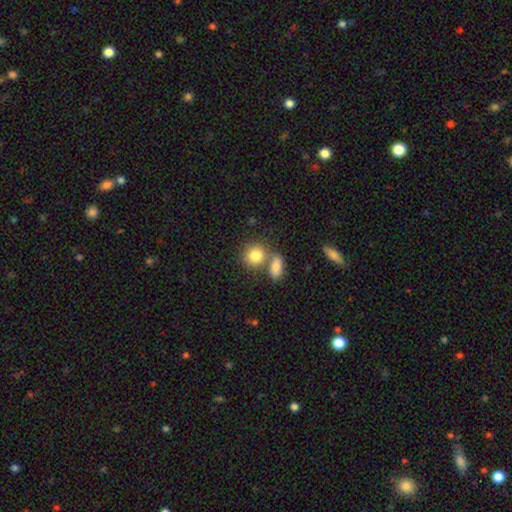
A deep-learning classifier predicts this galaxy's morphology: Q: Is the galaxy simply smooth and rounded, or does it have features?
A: smooth — 82%.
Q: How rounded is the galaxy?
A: round — 69%.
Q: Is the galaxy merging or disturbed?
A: none — 50%.